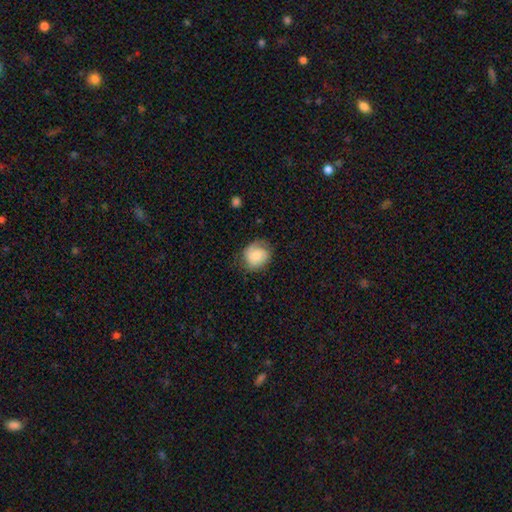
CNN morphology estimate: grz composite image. It shows a smooth galaxy with no disk features (69%) that is round (72%). Merging: none (65%).